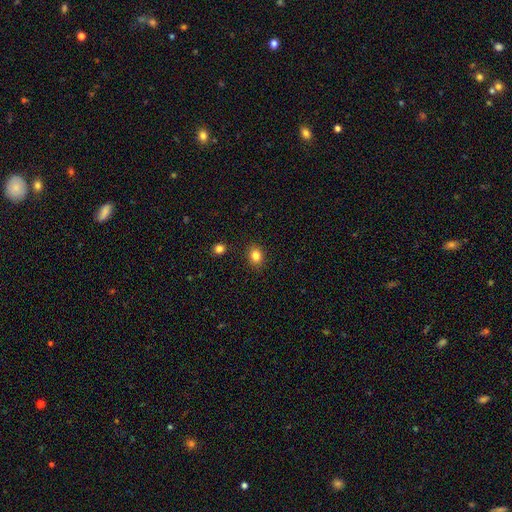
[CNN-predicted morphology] A smooth galaxy with no disk features (84%) that is round (56%).

Vote fractions:
- Smooth or featured? smooth: 84% / star or artifact: 11% / featured or disk: 5%
- How rounded? round: 56% / in between: 43% / cigar-shaped: 1%
- Merging? none: 89% / minor disturbance: 7% / major disturbance: 2% / merger: 2%